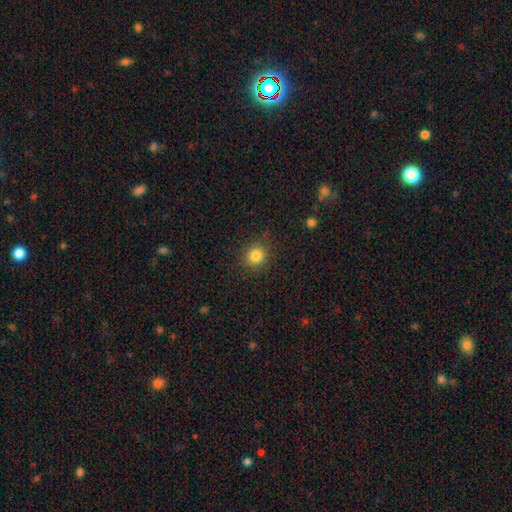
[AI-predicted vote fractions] A smooth galaxy with no disk features (83%) that is round (88%). Merging: none (88%).